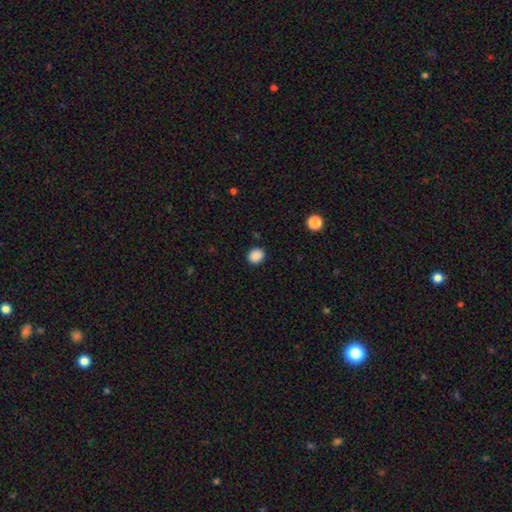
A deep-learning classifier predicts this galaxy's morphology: A smooth galaxy with no disk features (88%) that is round (69%).

Vote fractions:
- Smooth or featured? smooth: 88% / star or artifact: 10% / featured or disk: 3%
- How rounded? round: 69% / in between: 30% / cigar-shaped: 1%
- Merging? none: 88% / minor disturbance: 9% / major disturbance: 2% / merger: 1%